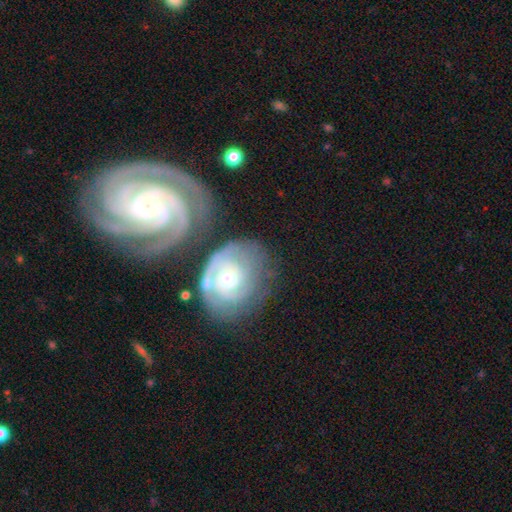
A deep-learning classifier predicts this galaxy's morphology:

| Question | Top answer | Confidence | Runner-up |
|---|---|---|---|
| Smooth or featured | featured or disk | 78% | smooth (15%) |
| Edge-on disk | no | 95% | yes (5%) |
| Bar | no | 65% | weak (23%) |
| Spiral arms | yes | 96% | no (4%) |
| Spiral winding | tight | 78% | medium (19%) |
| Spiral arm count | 3 | 30% | 2 (27%) |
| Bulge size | small | 58% | moderate (36%) |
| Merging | none | 58% | merger (24%) |